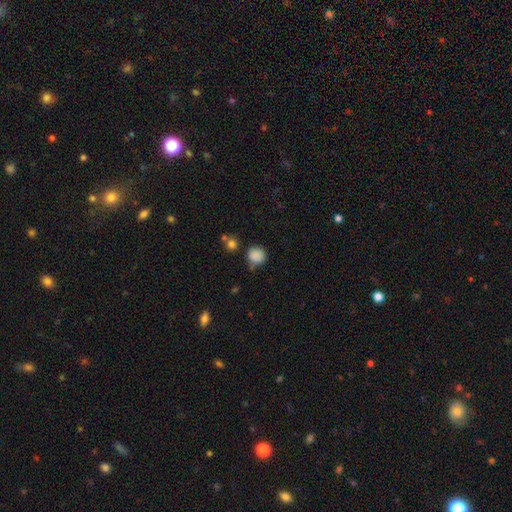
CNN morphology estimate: smooth_or_featured: smooth (p=0.86) [alt: star or artifact p=0.10]
how_rounded: round (p=0.88) [alt: in between p=0.11]
merging: none (p=0.72) [alt: minor disturbance p=0.18]